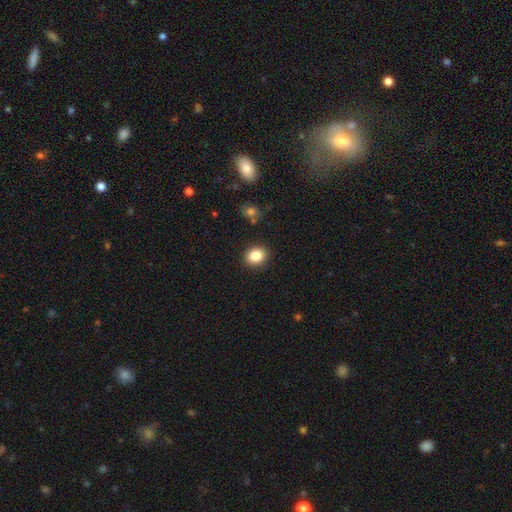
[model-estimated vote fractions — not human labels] A smooth galaxy with no disk features (84%) that is round (55%).

Vote fractions:
- Smooth or featured? smooth: 84% / star or artifact: 10% / featured or disk: 6%
- How rounded? round: 55% / in between: 44% / cigar-shaped: 1%
- Merging? none: 89% / minor disturbance: 7% / major disturbance: 2% / merger: 2%